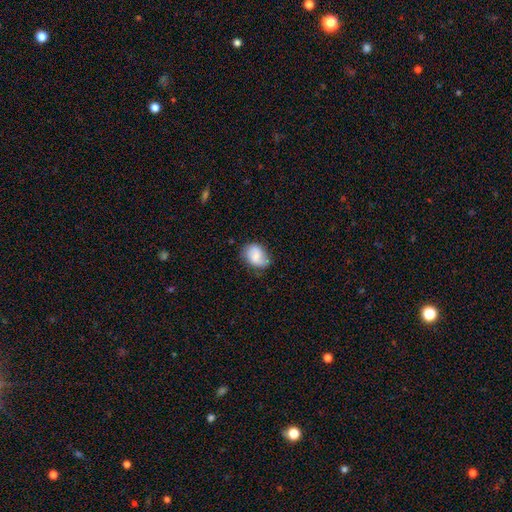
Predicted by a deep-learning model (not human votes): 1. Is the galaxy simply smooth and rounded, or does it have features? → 63% smooth, 29% featured or disk, 8% star or artifact.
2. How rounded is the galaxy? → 63% in between, 36% round, 1% cigar-shaped.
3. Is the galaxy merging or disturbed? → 65% none, 27% minor disturbance, 7% major disturbance, 2% merger.